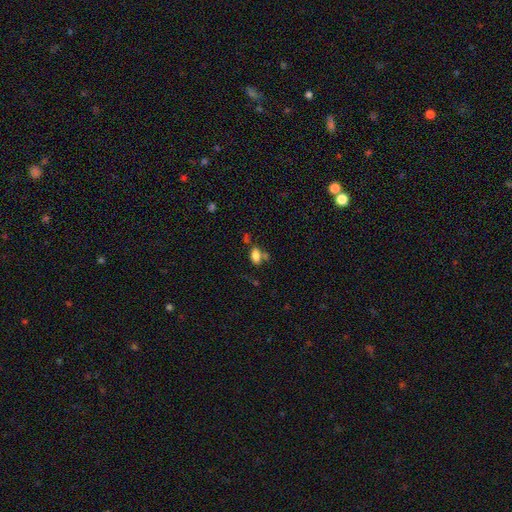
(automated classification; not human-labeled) Overall: smooth (78%). How rounded: in between (88%). Merging: none (54%; merger 21%).